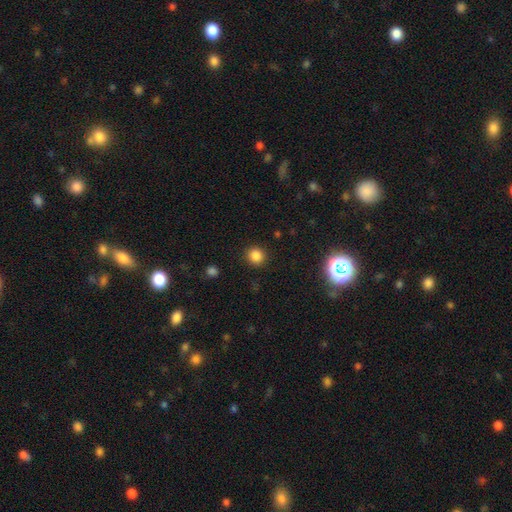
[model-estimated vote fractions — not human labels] Smooth or featured? Predicted: smooth (p=0.84). How rounded? Predicted: round (p=0.91). Merging? Predicted: none (p=0.91).